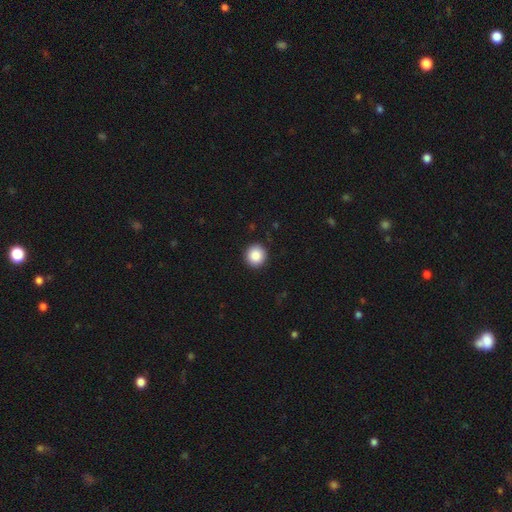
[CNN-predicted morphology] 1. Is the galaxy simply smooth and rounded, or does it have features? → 88% smooth, 8% star or artifact, 3% featured or disk.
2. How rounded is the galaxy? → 93% round, 6% in between, 1% cigar-shaped.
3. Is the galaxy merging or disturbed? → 92% none, 5% minor disturbance, 2% major disturbance, 1% merger.